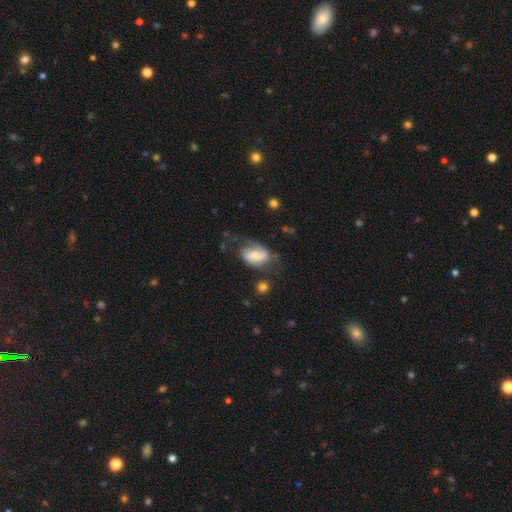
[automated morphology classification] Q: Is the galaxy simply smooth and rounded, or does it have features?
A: featured or disk — 61%.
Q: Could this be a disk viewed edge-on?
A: no — 96%.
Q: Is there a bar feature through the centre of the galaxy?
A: weak — 42%.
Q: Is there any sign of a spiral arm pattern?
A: yes — 82%.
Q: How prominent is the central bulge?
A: moderate — 56%.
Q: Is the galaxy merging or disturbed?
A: none — 45%.